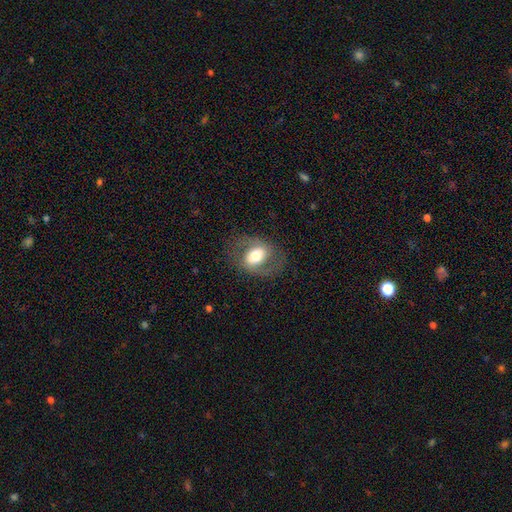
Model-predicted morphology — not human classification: Overall: featured or disk (49%; smooth 43%). Merging: none (73%).